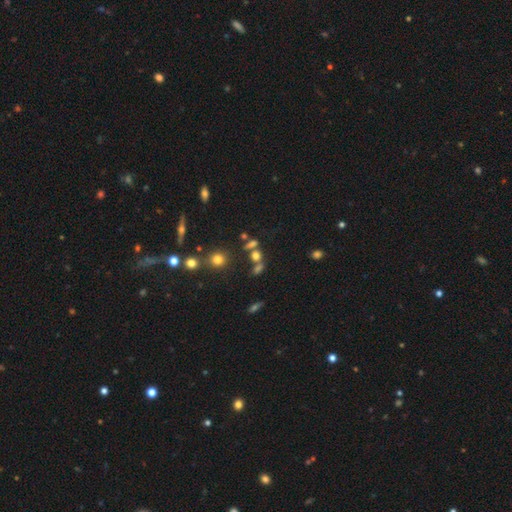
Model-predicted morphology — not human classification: Q: Smooth or featured?
A: smooth (61%); runner-up: star or artifact (24%)
Q: How rounded?
A: round (55%); runner-up: in between (41%)
Q: Merging?
A: none (46%); runner-up: merger (36%)